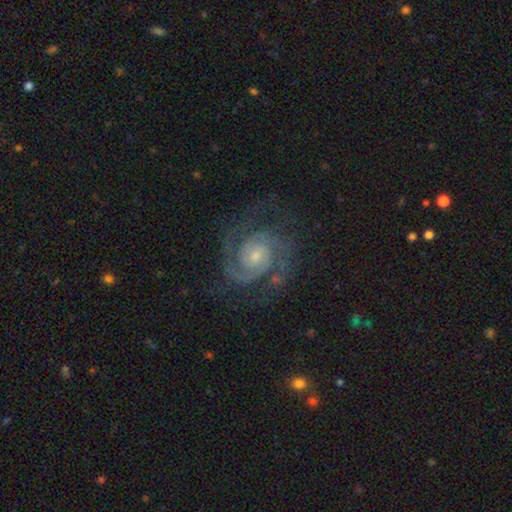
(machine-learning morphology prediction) A featured or disk galaxy (92%) with no bar (67%), 2 (84%) tight (59%) spiral arms (99%) and a small central bulge (62%).

Vote fractions:
- Smooth or featured? featured or disk: 92% / star or artifact: 5% / smooth: 3%
- Edge-on disk? no: 98% / yes: 2%
- Bar? no: 67% / weak: 26% / strong: 7%
- Spiral arms? yes: 99% / no: 1%
- Spiral winding? tight: 59% / medium: 36% / loose: 5%
- Spiral arm count? 2: 84% / 3: 7% / can't tell: 3% / 1: 2% / 4: 2% / more than 4: 2%
- Bulge size? small: 62% / moderate: 31% / none: 3% / large: 2% / dominant: 1%
- Merging? none: 76% / minor disturbance: 14% / major disturbance: 8% / merger: 1%